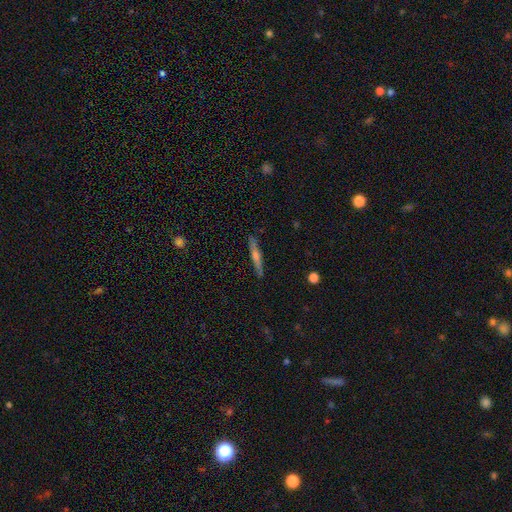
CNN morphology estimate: featured or disk 63%, smooth 30%, star or artifact 7%. Down the decision tree: edge-on disk — yes (96%); edge-on bulge — rounded (83%); merging — none (89%).